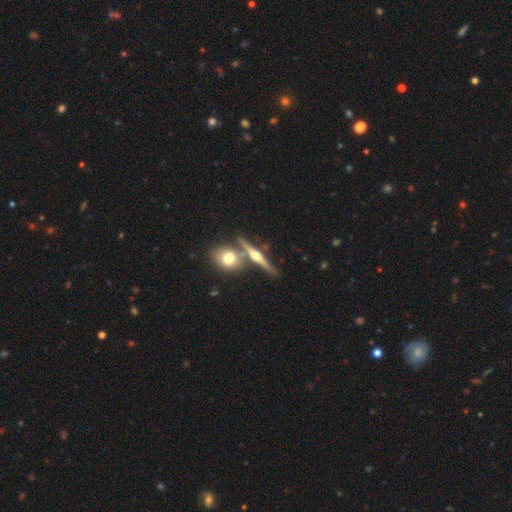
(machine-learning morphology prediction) featured or disk 75%, smooth 18%, star or artifact 7%. Down the decision tree: edge-on disk — yes (96%); edge-on bulge — rounded (95%); merging — none (70%).